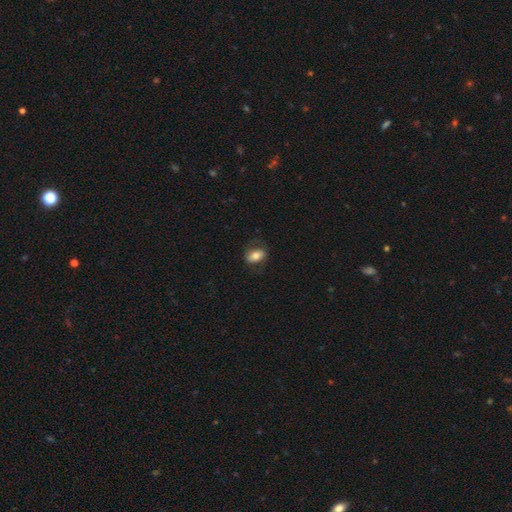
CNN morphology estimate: Smooth or featured? smooth (69%)
How rounded? in between (85%)
Merging? none (73%)